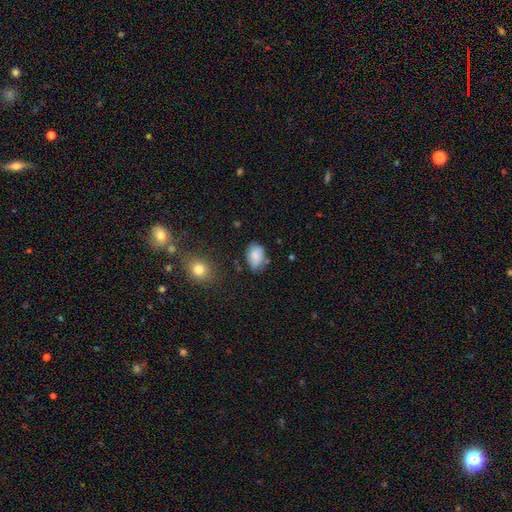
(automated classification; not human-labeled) A smooth galaxy with no disk features (82%) that is in between round and cigar-shaped (84%). Merging: none (62%).